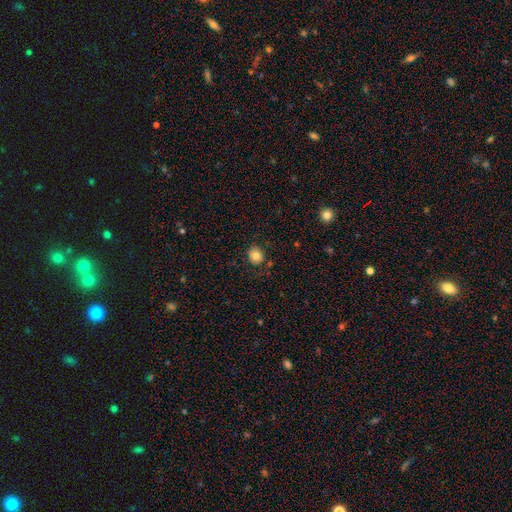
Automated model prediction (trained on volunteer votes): A smooth galaxy with no disk features (82%) that is round (78%).

Vote fractions:
- Smooth or featured? smooth: 82% / star or artifact: 10% / featured or disk: 8%
- How rounded? round: 78% / in between: 22% / cigar-shaped: 1%
- Merging? none: 83% / minor disturbance: 12% / major disturbance: 3% / merger: 2%